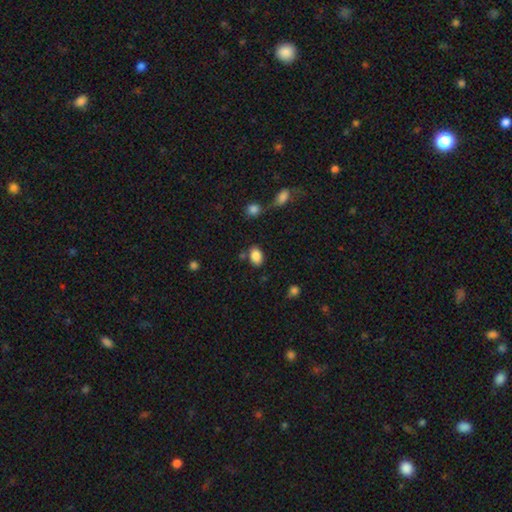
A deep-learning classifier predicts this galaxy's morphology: Smooth or featured? Predicted: smooth (p=0.87). How rounded? Predicted: in between (p=0.83). Merging? Predicted: none (p=0.78).